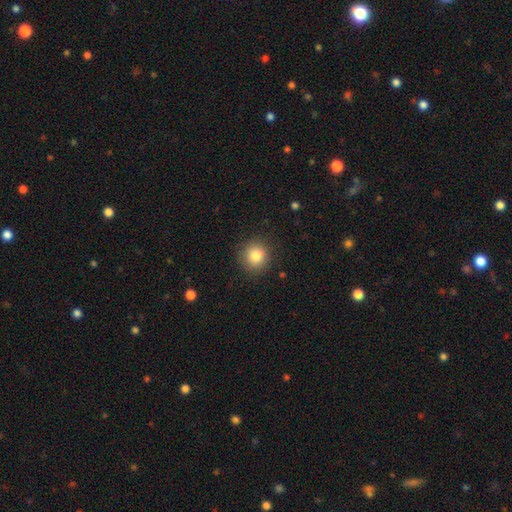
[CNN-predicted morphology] A smooth galaxy with no disk features (83%) that is round (91%). Merging: none (89%).